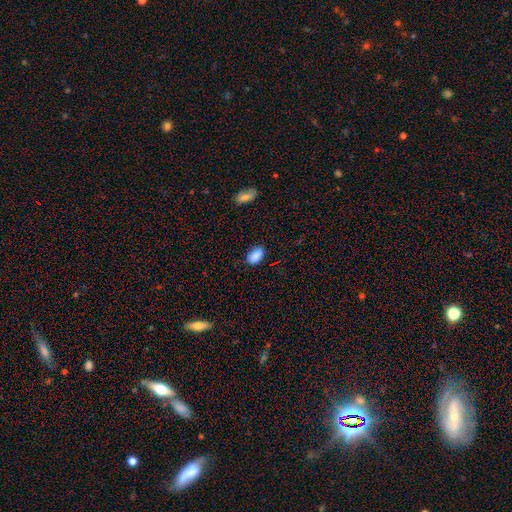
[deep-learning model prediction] Overall: smooth (87%). How rounded: in between (91%). Merging: none (81%).